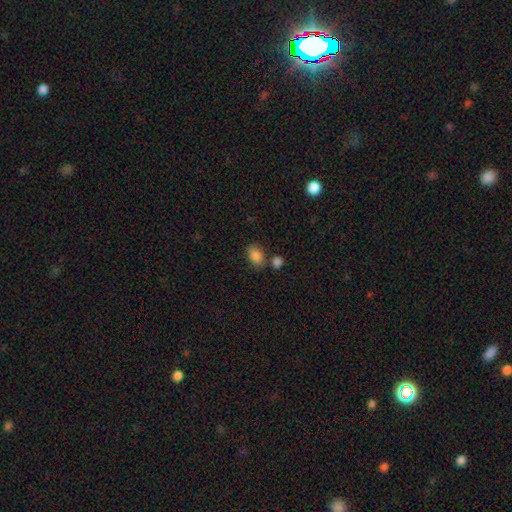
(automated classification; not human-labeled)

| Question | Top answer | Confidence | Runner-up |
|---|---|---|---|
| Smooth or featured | smooth | 85% | star or artifact (9%) |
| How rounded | in between | 81% | round (17%) |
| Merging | none | 63% | minor disturbance (16%) |